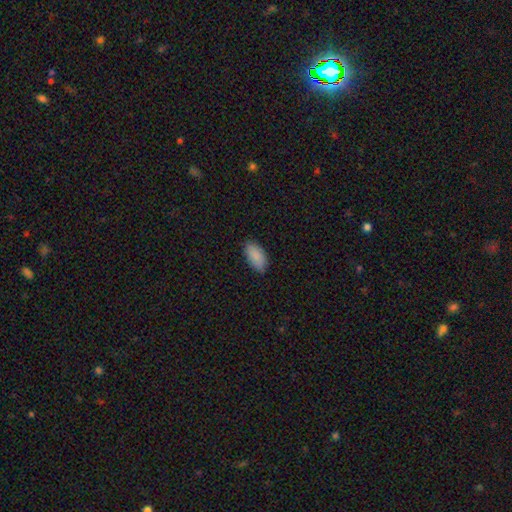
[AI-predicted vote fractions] smooth-or-featured: smooth: 89% | star or artifact: 6% | featured or disk: 5%
  how-rounded: in between: 94% | cigar-shaped: 3% | round: 2%
  merging: none: 84% | minor disturbance: 13% | major disturbance: 2% | merger: 1%